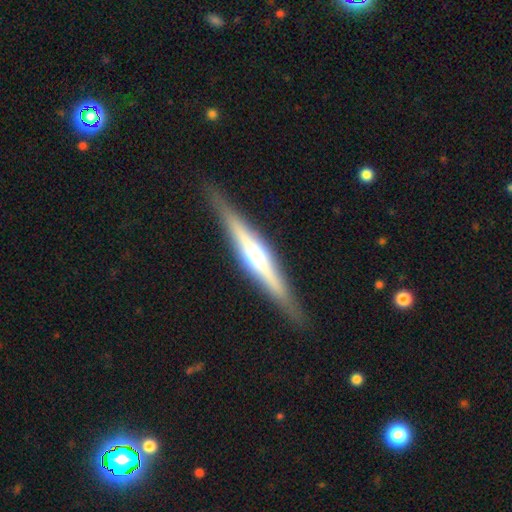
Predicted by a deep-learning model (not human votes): This is likely a featured or disk galaxy (75%). It is clearly viewed edge-on (97%). Edge-on bulge: clearly rounded (84%). Merging: clearly none (89%).